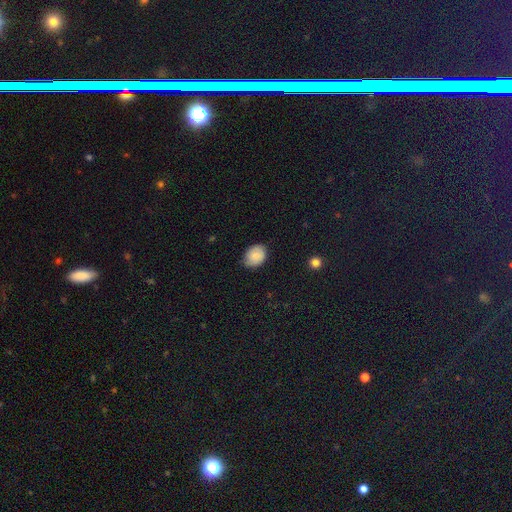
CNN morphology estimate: Overall: smooth (80%). How rounded: in between (65%; round 34%). Merging: none (70%).